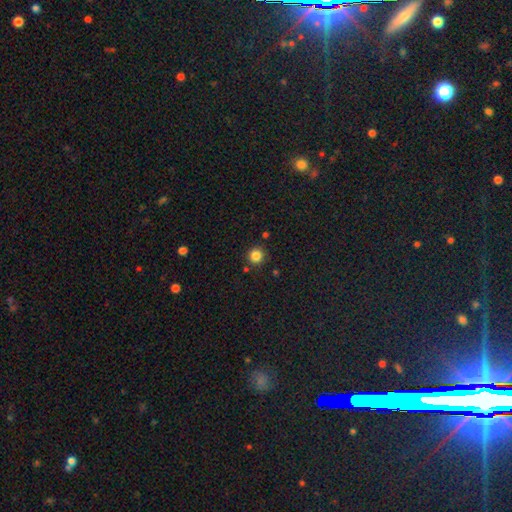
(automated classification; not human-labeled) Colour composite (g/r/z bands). It shows a smooth galaxy with no disk features (84%) that is round (94%). Merging: none (87%).